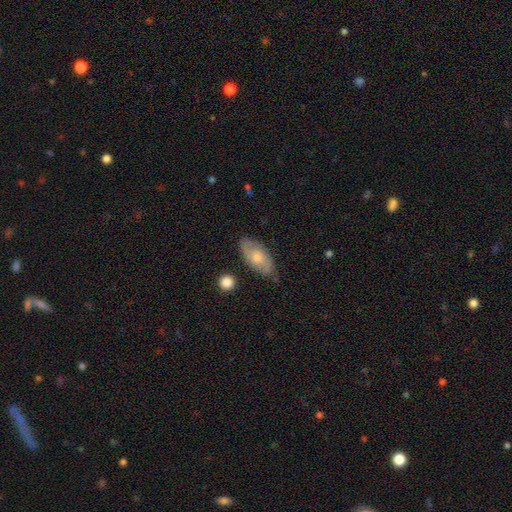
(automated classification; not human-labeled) This appears to be a smooth galaxy with no disk features (51%) that is in between round and cigar-shaped (89%). Merging: none (81%).